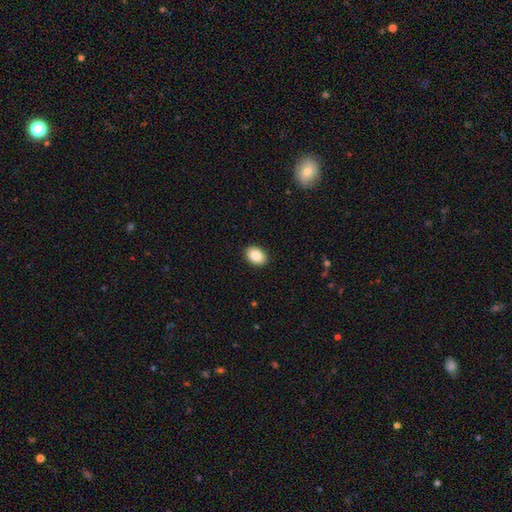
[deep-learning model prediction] This appears to be a smooth galaxy with no disk features (86%) that is in between round and cigar-shaped (78%). Merging: none (91%).